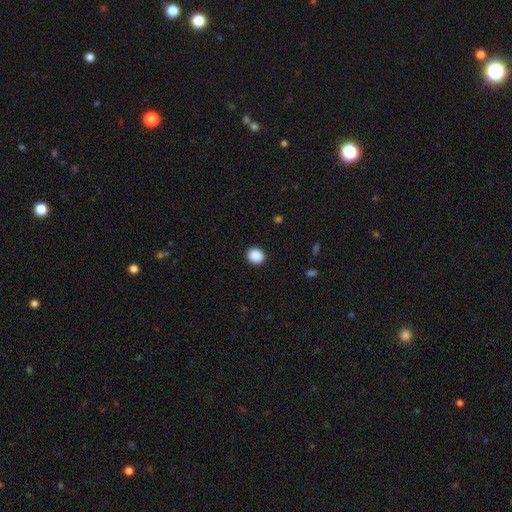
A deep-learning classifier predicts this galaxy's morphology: This is clearly a smooth galaxy (89%). How rounded: likely round (76%). Merging: clearly none (92%).